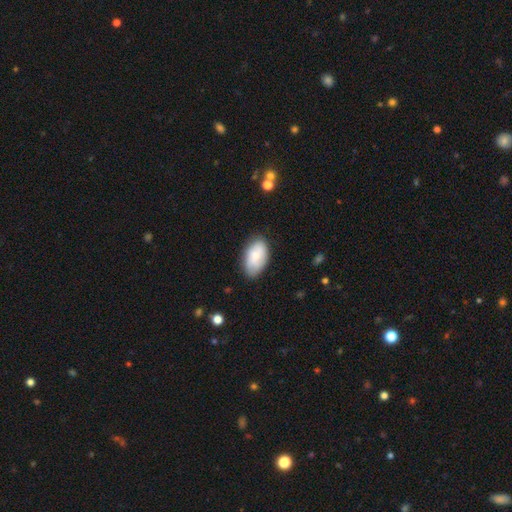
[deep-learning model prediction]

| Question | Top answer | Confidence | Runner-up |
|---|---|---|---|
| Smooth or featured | smooth | 71% | featured or disk (23%) |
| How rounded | in between | 93% | round (5%) |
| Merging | none | 78% | minor disturbance (17%) |